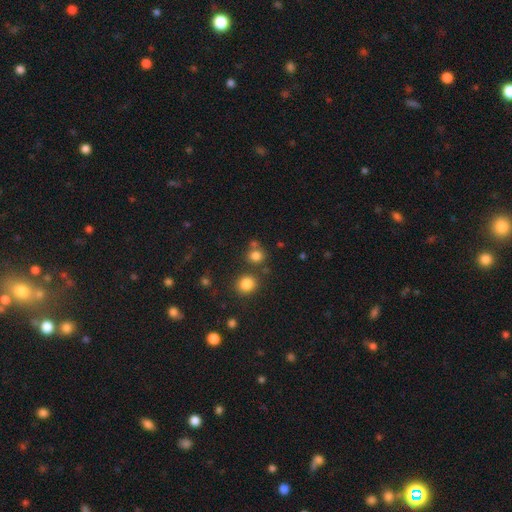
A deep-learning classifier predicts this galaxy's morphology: smooth 78%, star or artifact 16%, featured or disk 6%. Down the decision tree: how rounded — round (80%); merging — none (67%).